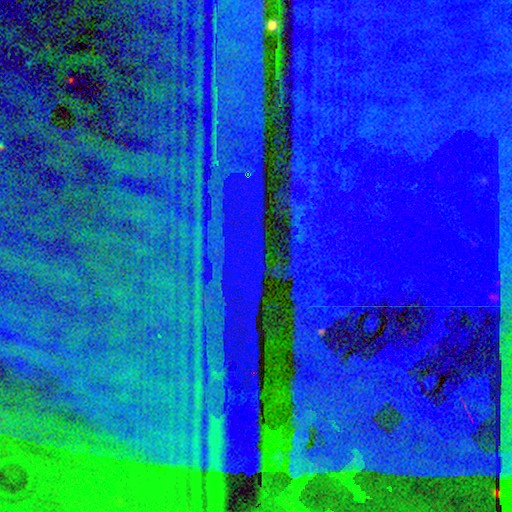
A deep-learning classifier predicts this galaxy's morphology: The model was most divided on "smooth or featured": star or artifact: 87%, featured or disk: 7%, smooth: 6%.